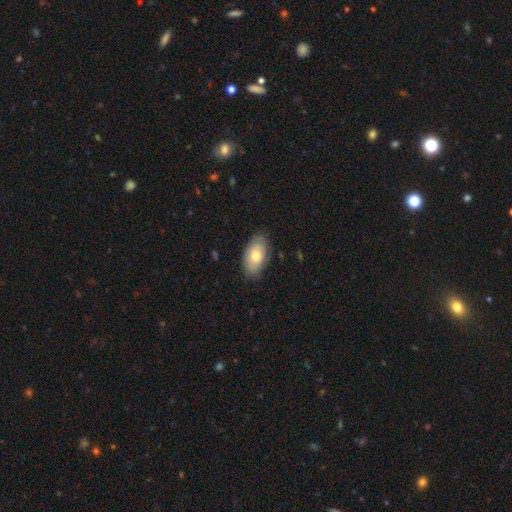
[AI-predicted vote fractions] Q: Smooth or featured?
A: smooth (71%); runner-up: featured or disk (22%)
Q: How rounded?
A: in between (93%); runner-up: round (5%)
Q: Merging?
A: none (80%); runner-up: minor disturbance (16%)